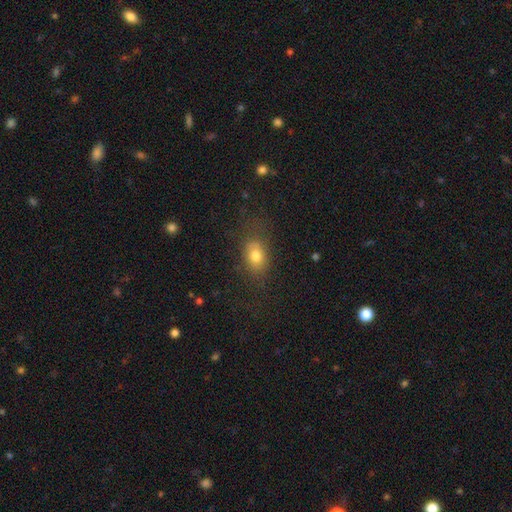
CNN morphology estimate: Smooth or featured: smooth — 74% (featured or disk — 14%)
How rounded: in between — 71% (round — 25%)
Merging: none — 66% (minor disturbance — 20%)